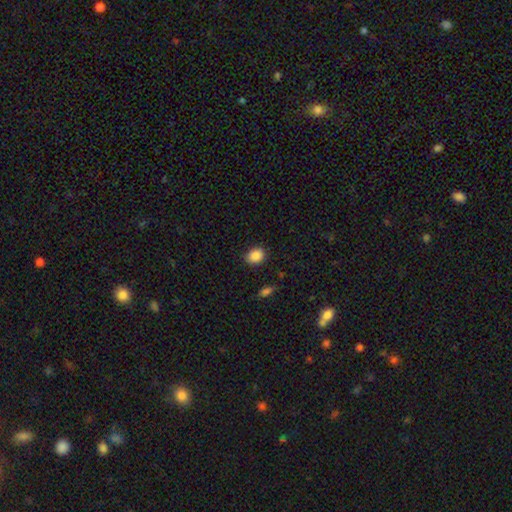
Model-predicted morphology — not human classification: A smooth galaxy with no disk features (88%) that is in between round and cigar-shaped (58%).

Vote fractions:
- Smooth or featured? smooth: 88% / star or artifact: 9% / featured or disk: 4%
- How rounded? in between: 58% / round: 41% / cigar-shaped: 1%
- Merging? none: 86% / minor disturbance: 10% / major disturbance: 2% / merger: 1%